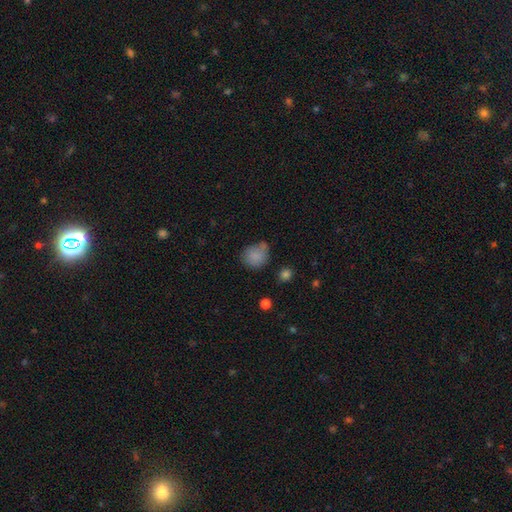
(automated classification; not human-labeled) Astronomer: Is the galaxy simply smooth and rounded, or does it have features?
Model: smooth — 83%.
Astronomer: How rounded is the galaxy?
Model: round — 73%.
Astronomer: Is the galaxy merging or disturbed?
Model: none — 56%.